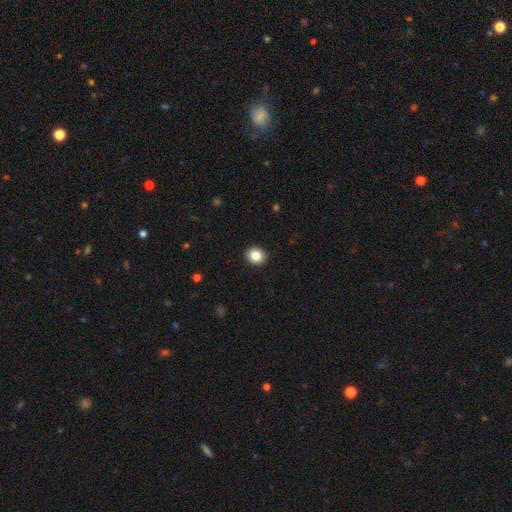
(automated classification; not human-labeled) Smooth or featured? smooth (85%)
How rounded? round (77%)
Merging? none (92%)